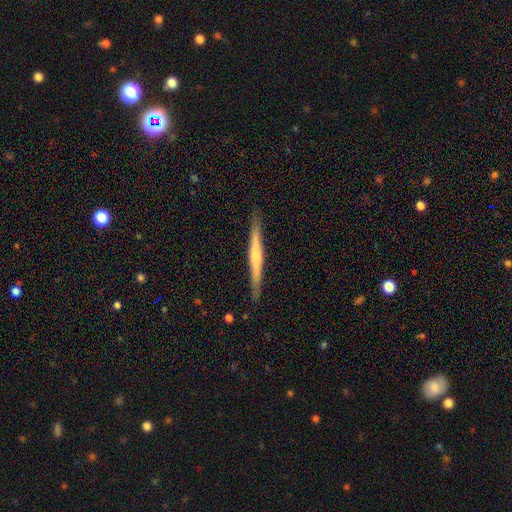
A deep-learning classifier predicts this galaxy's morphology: This appears to be a featured or disk galaxy (63%) viewed edge-on (98%) with a rounded central bulge (54%). Merging: none (90%).